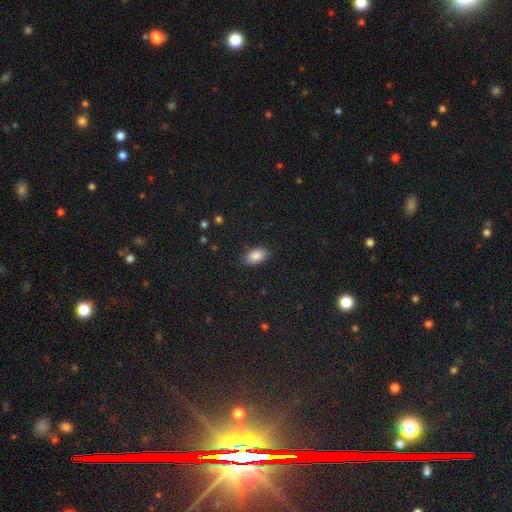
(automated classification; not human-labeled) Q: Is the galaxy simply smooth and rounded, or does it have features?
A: smooth — 88%.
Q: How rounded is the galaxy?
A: in between — 93%.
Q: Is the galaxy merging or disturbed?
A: none — 86%.